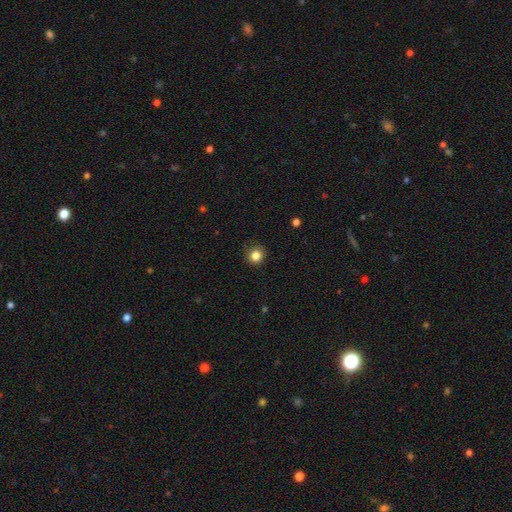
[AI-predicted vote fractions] This is clearly a smooth galaxy (83%). How rounded: clearly round (91%). Merging: clearly none (85%).